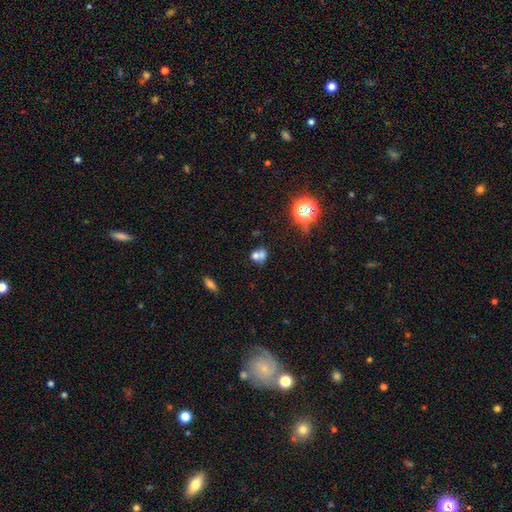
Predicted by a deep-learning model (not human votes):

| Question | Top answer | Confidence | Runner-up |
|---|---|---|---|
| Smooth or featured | smooth | 64% | featured or disk (19%) |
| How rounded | round | 58% | in between (41%) |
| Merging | merger | 61% | none (26%) |